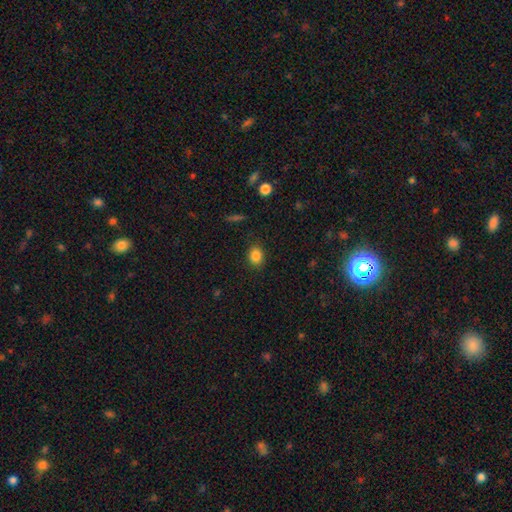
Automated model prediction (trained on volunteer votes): This appears to be a smooth galaxy with no disk features (85%) that is in between round and cigar-shaped (52%). Merging: none (88%).